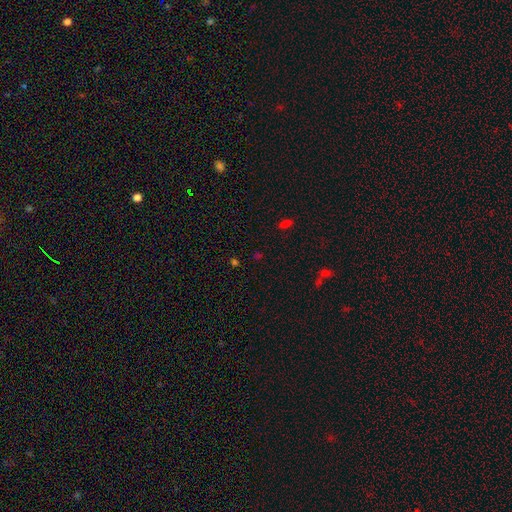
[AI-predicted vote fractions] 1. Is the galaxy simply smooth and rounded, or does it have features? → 50% star or artifact, 43% smooth, 7% featured or disk.